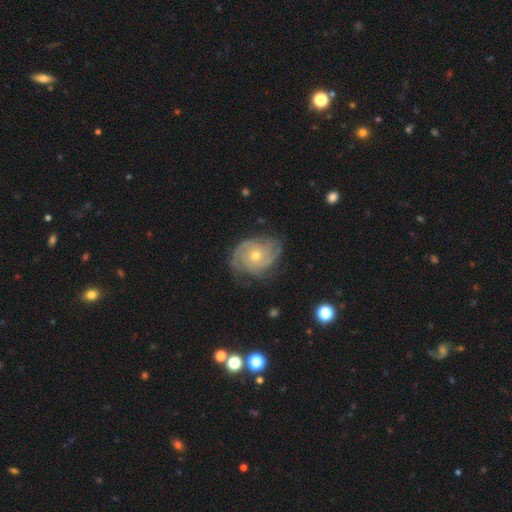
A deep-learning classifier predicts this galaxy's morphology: smooth_or_featured: featured or disk (p=0.87) [alt: smooth p=0.07]
disk_edge_on: no (p=0.98) [alt: yes p=0.02]
bar: no (p=0.80) [alt: weak p=0.17]
has_spiral_arms: yes (p=0.97) [alt: no p=0.03]
spiral_winding: tight (p=0.63) [alt: medium p=0.30]
spiral_arm_count: 3 (p=0.35) [alt: 2 p=0.23]
bulge_size: small (p=0.51) [alt: moderate p=0.46]
merging: none (p=0.74) [alt: minor disturbance p=0.19]